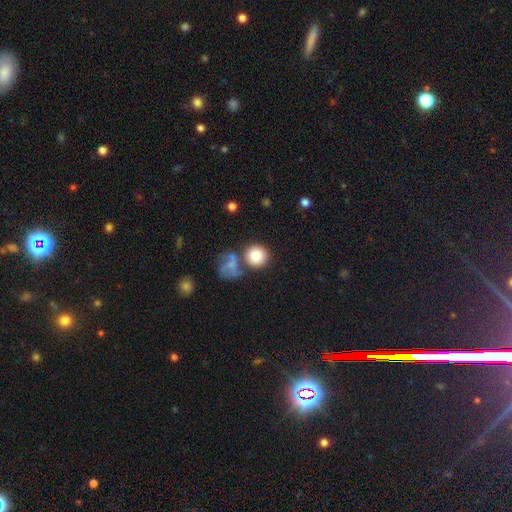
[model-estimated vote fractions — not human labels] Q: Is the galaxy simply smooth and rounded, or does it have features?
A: smooth — 83%.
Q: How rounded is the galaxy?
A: round — 88%.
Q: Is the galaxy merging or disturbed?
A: none — 62%.